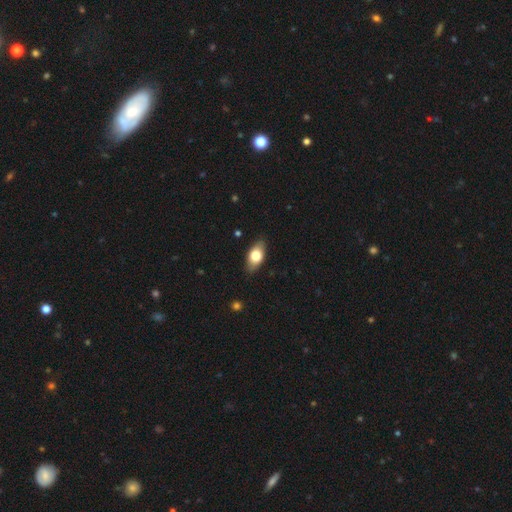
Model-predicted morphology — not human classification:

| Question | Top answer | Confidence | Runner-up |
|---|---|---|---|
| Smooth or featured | smooth | 73% | featured or disk (21%) |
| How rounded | in between | 89% | cigar-shaped (6%) |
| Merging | none | 85% | minor disturbance (11%) |